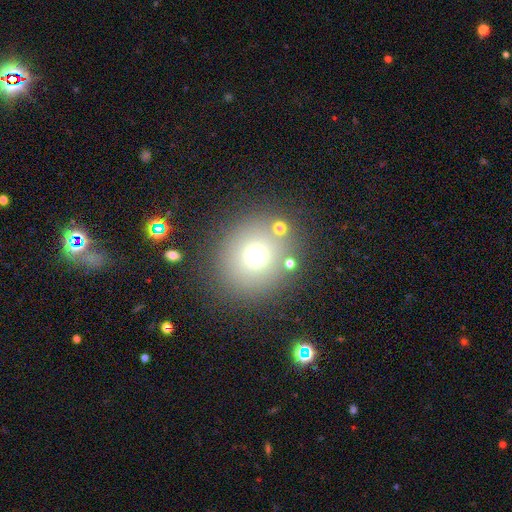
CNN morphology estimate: This appears to be a smooth galaxy with no disk features (66%) that is round (85%). Merging: none (76%).